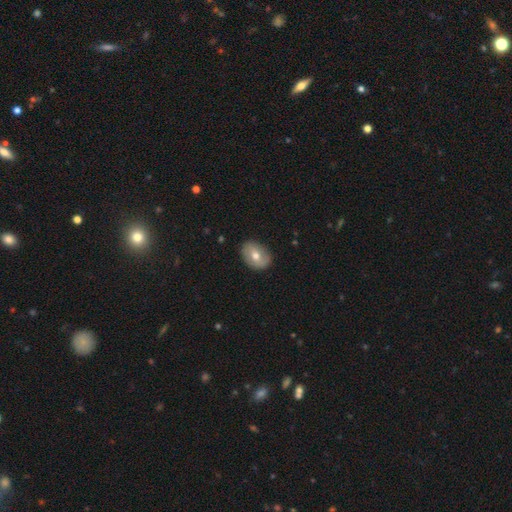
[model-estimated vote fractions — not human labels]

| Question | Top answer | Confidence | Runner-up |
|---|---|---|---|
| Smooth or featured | smooth | 62% | featured or disk (31%) |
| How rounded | in between | 66% | round (33%) |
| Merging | none | 84% | minor disturbance (12%) |